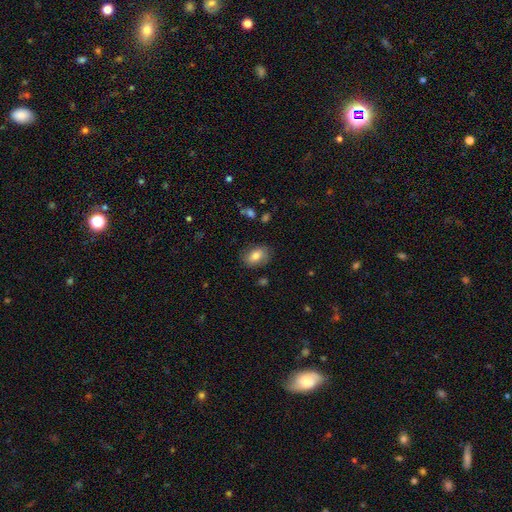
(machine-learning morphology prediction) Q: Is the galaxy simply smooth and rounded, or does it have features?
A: smooth — 76%.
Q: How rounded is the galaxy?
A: in between — 79%.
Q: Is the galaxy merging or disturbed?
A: none — 80%.